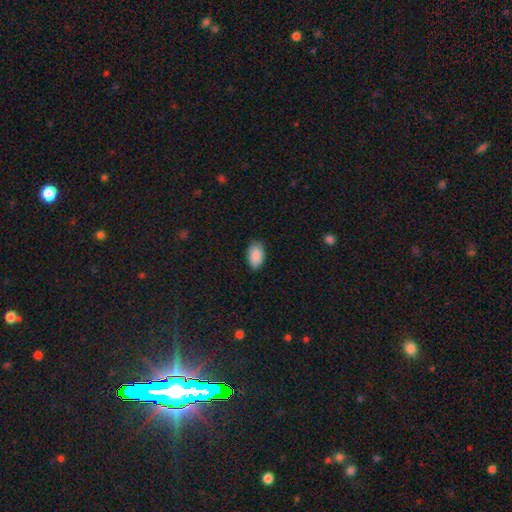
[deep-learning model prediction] Morphology: type=smooth (89%); roundness=in between (93%); merging=none (81%).